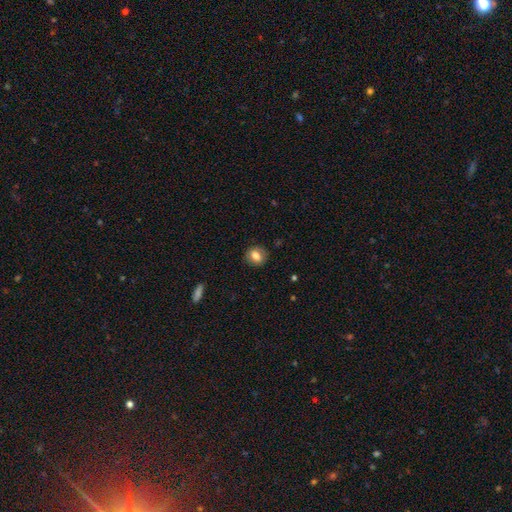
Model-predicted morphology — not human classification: A smooth galaxy with no disk features (77%) that is round (63%).

Vote fractions:
- Smooth or featured? smooth: 77% / featured or disk: 15% / star or artifact: 9%
- How rounded? round: 63% / in between: 36% / cigar-shaped: 1%
- Merging? none: 86% / minor disturbance: 11% / major disturbance: 3% / merger: 1%